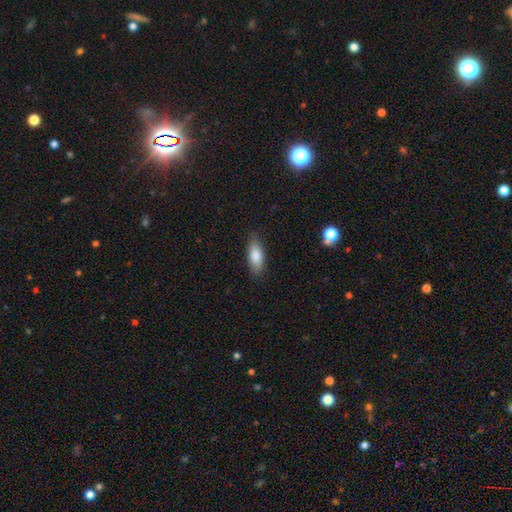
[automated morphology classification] A smooth galaxy with no disk features (84%) that is in between round and cigar-shaped (76%).

Vote fractions:
- Smooth or featured? smooth: 84% / featured or disk: 10% / star or artifact: 6%
- How rounded? in between: 76% / cigar-shaped: 22% / round: 2%
- Merging? none: 85% / minor disturbance: 12% / major disturbance: 2% / merger: 1%